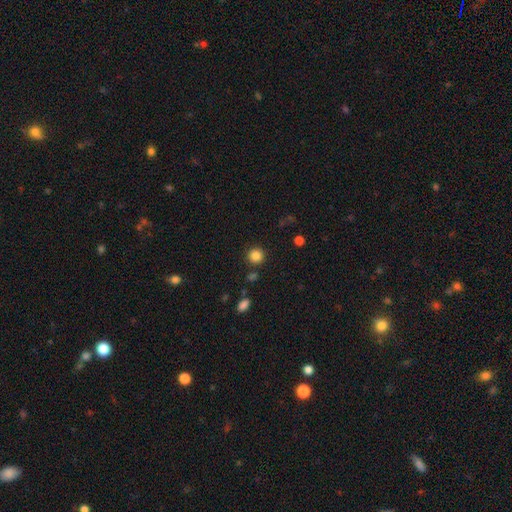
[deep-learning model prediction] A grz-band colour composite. It shows a smooth galaxy with no disk features (85%) that is round (93%). Merging: none (89%).